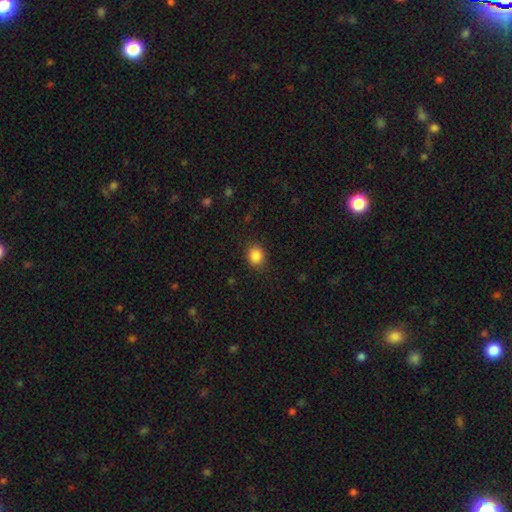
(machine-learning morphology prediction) type=smooth (87%); roundness=round (63%); merging=none (86%).